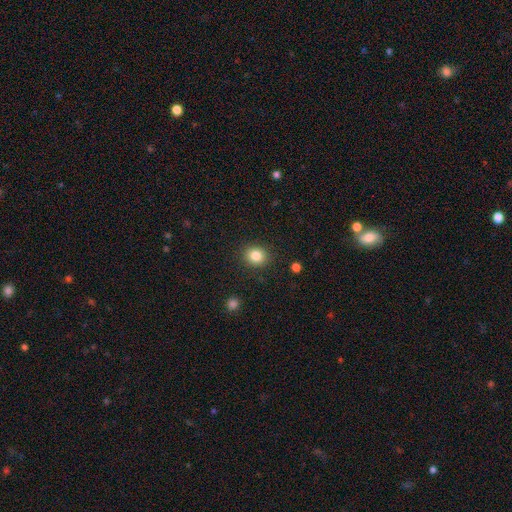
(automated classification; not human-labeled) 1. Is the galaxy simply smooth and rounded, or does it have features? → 84% smooth, 11% star or artifact, 6% featured or disk.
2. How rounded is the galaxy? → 75% round, 24% in between, 1% cigar-shaped.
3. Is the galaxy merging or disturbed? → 89% none, 7% minor disturbance, 2% major disturbance, 1% merger.